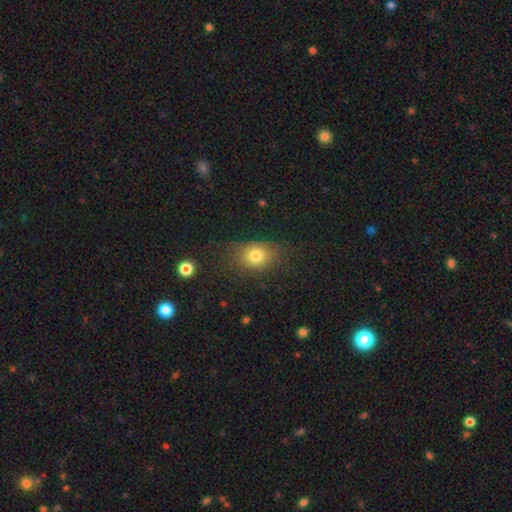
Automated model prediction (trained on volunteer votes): smooth_or_featured: smooth (p=0.78) [alt: star or artifact p=0.12]
how_rounded: in between (p=0.57) [alt: round p=0.42]
merging: none (p=0.75) [alt: minor disturbance p=0.17]